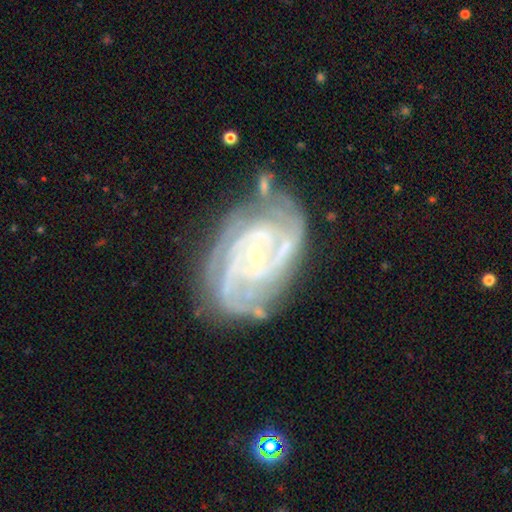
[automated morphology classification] type=featured or disk (90%); edge-on=no (97%); bar=no (58%); spiral arms=yes (97%); winding=tight (66%); arm count=2 (32%); bulge=small (76%); merging=none (65%).